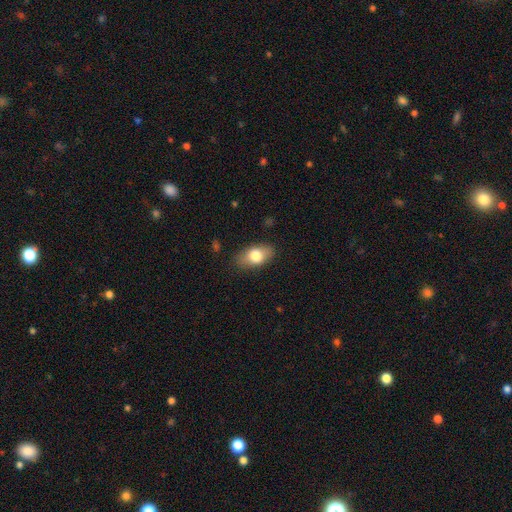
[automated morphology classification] Overall: smooth (76%). How rounded: in between (89%). Merging: none (83%).